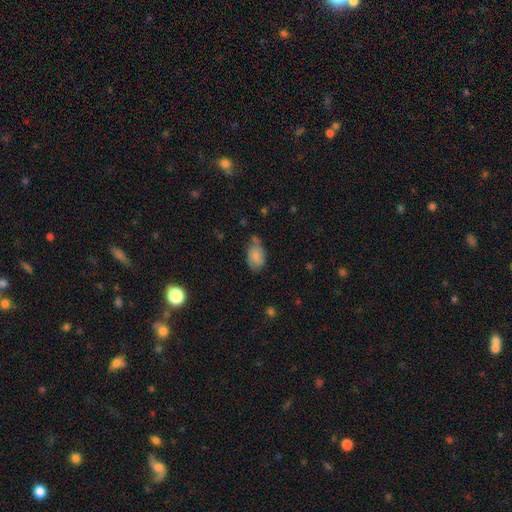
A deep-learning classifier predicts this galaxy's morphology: A smooth galaxy with no disk features (69%) that is in between round and cigar-shaped (88%). Merging: none (52%).